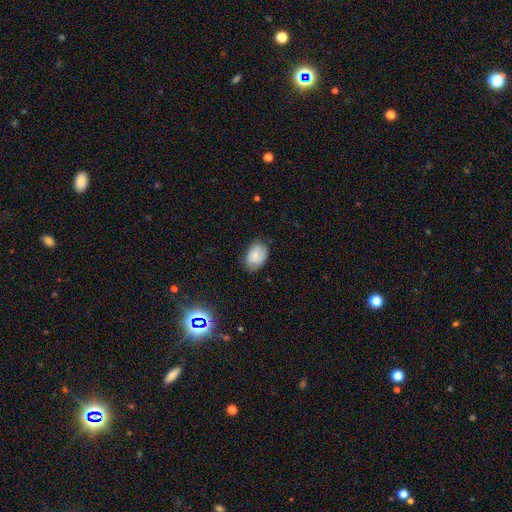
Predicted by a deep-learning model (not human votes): The model was most divided on "smooth or featured": smooth: 61%, featured or disk: 29%, star or artifact: 10%. More confident: how rounded — in between (78%); merging — none (71%).